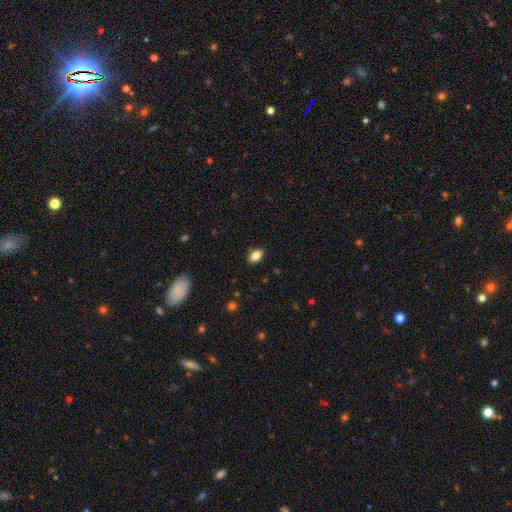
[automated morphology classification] This is clearly a smooth galaxy (85%). How rounded: clearly in between (85%). Merging: clearly none (88%).